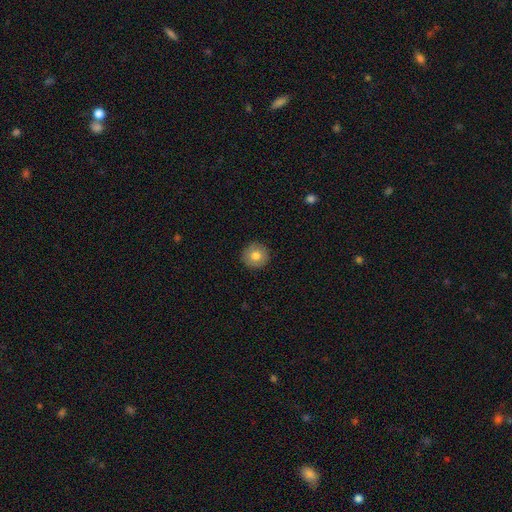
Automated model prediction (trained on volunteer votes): Overall: smooth (79%). How rounded: round (94%). Merging: none (91%).